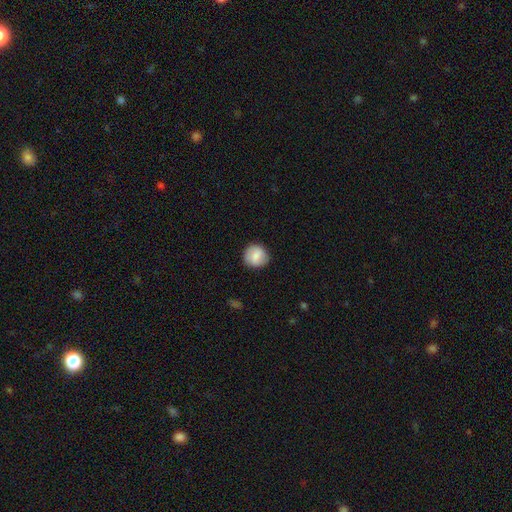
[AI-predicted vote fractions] A smooth galaxy with no disk features (79%) that is round (90%).

Vote fractions:
- Smooth or featured? smooth: 79% / featured or disk: 14% / star or artifact: 7%
- How rounded? round: 90% / in between: 9% / cigar-shaped: 1%
- Merging? none: 87% / minor disturbance: 9% / major disturbance: 2% / merger: 1%